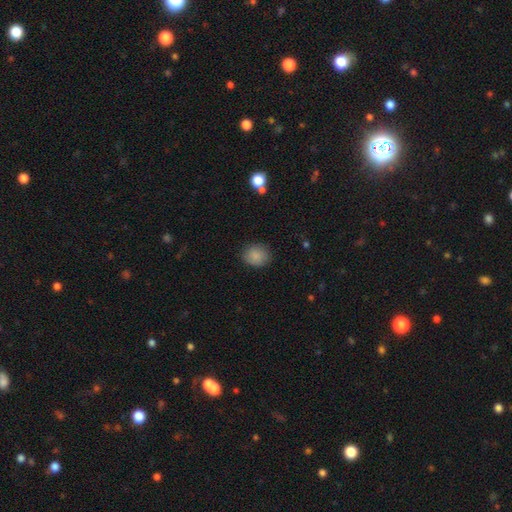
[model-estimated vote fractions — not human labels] Smooth or featured: smooth — 87% (star or artifact — 8%)
How rounded: round — 69% (in between — 30%)
Merging: none — 85% (minor disturbance — 11%)